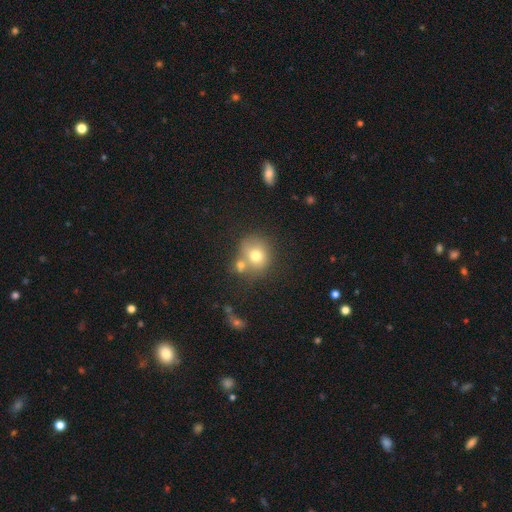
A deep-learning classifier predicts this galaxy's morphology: A smooth galaxy with no disk features (72%) that is round (78%). Merging: none (50%).